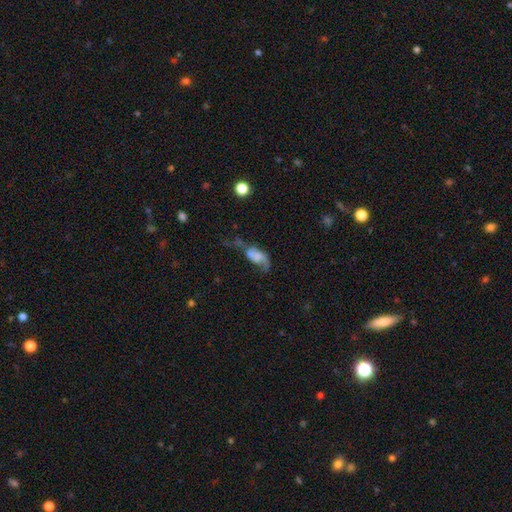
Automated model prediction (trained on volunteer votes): smooth_or_featured: featured or disk (p=0.48) [alt: smooth p=0.39]
merging: major disturbance (p=0.40) [alt: merger p=0.21]